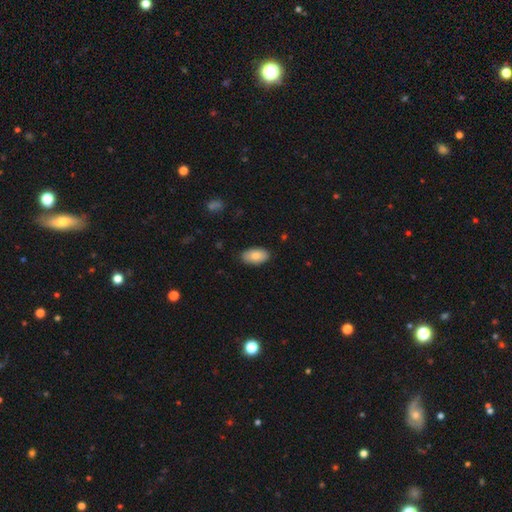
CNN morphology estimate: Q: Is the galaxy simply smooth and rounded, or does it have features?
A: smooth — 85%.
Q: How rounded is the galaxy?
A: in between — 95%.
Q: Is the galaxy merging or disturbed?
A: none — 86%.